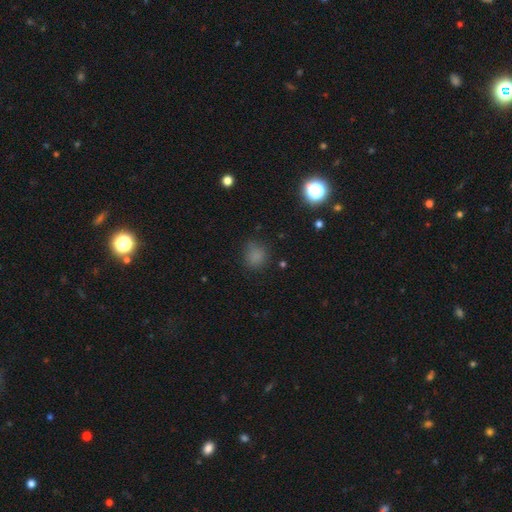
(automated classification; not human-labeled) Overall: smooth (76%). How rounded: round (73%). Merging: none (68%).